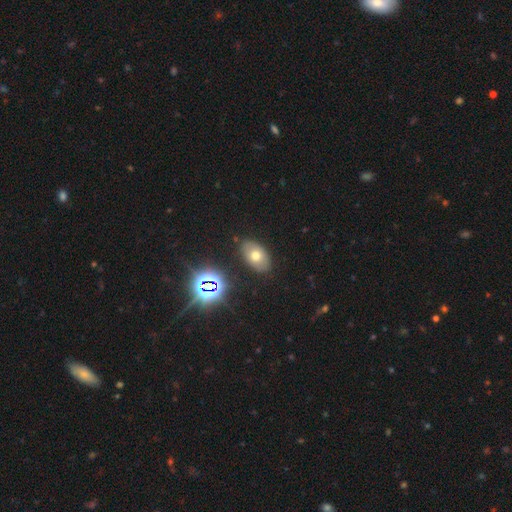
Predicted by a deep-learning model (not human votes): Q: Smooth or featured?
A: smooth (63%); runner-up: featured or disk (20%)
Q: How rounded?
A: in between (88%); runner-up: round (11%)
Q: Merging?
A: none (84%); runner-up: minor disturbance (11%)